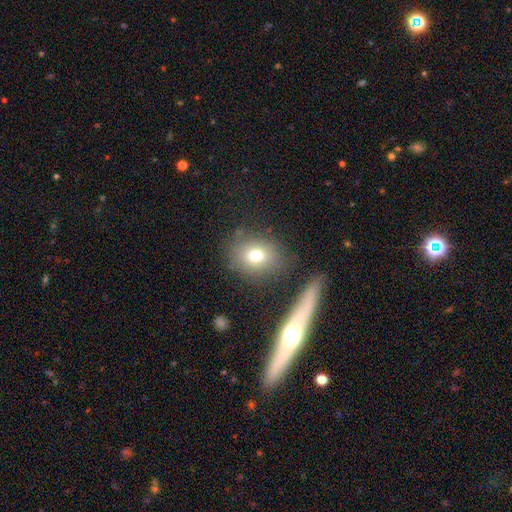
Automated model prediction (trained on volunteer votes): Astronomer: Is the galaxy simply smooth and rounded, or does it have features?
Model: smooth — 74%.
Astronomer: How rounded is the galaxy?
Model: round — 60% (runner-up: in between, 39%).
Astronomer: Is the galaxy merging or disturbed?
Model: none — 77%.